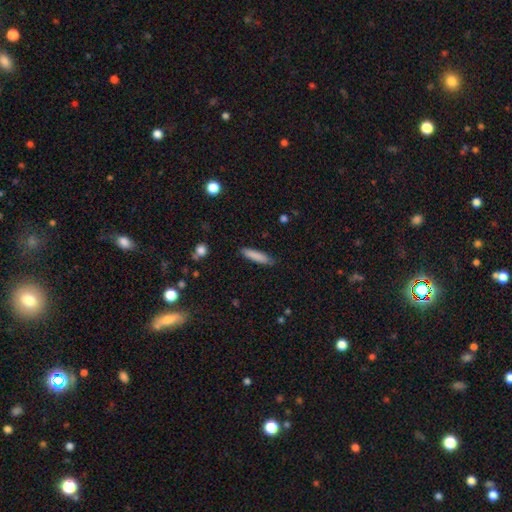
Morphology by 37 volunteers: smooth_or_featured: smooth (p=0.92) [alt: star or artifact p=0.05]
how_rounded: cigar-shaped (p=0.82) [alt: in between p=0.15]
merging: none (p=0.91) [alt: minor disturbance p=0.06]